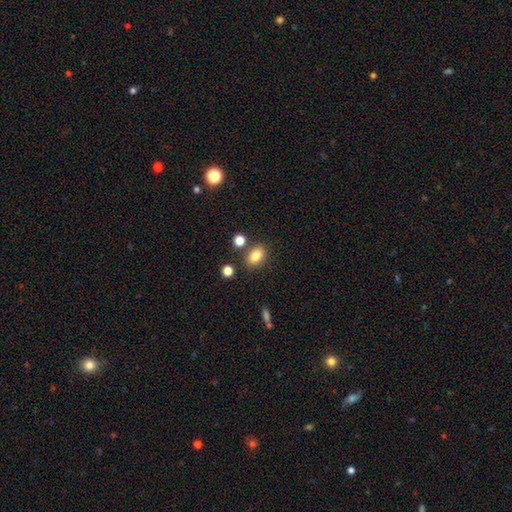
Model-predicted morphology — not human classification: Q: Smooth or featured?
A: smooth (82%); runner-up: star or artifact (10%)
Q: How rounded?
A: in between (77%); runner-up: round (21%)
Q: Merging?
A: none (78%); runner-up: minor disturbance (11%)